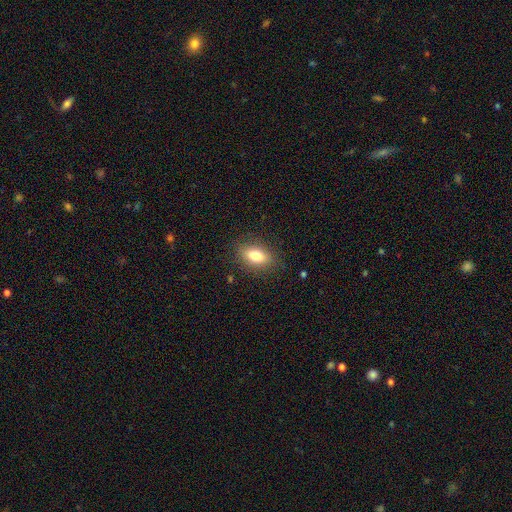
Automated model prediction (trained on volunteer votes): This is likely a smooth galaxy (78%). How rounded: clearly in between (84%). Merging: clearly none (84%).